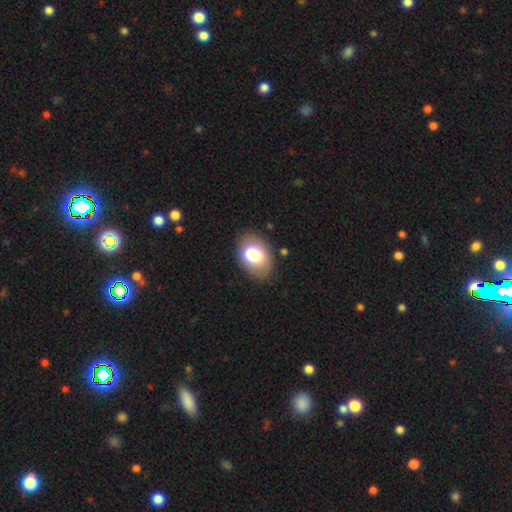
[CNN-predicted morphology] Smooth or featured?
  - smooth: 74% *
  - featured or disk: 17%
  - star or artifact: 9%
How rounded?
  - in between: 81% *
  - round: 18%
  - cigar-shaped: 1%
Merging?
  - none: 76% *
  - minor disturbance: 16%
  - major disturbance: 5%
  - merger: 3%